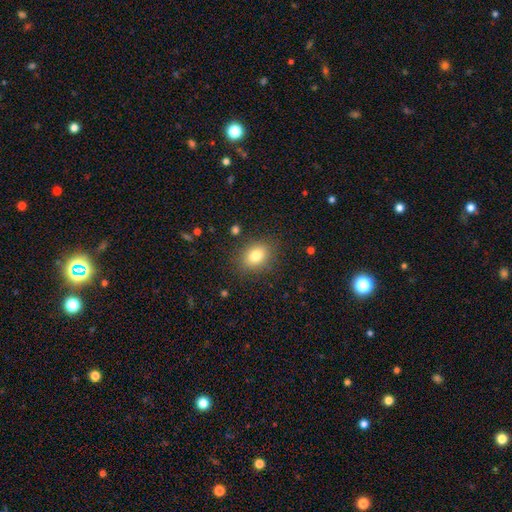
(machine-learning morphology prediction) This appears to be a smooth galaxy with no disk features (79%) that is in between round and cigar-shaped (59%). Merging: none (85%).